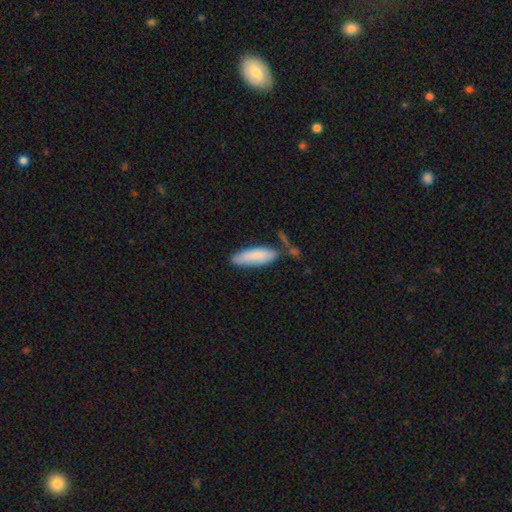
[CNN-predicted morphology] Q: Smooth or featured?
A: smooth (82%); runner-up: featured or disk (12%)
Q: How rounded?
A: in between (52%); runner-up: cigar-shaped (47%)
Q: Merging?
A: none (62%); runner-up: minor disturbance (22%)